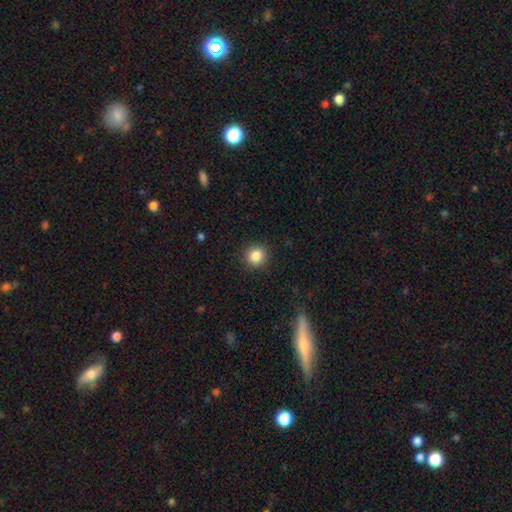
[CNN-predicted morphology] Smooth or featured: smooth — 85% (star or artifact — 10%)
How rounded: round — 90% (in between — 10%)
Merging: none — 90% (minor disturbance — 7%)